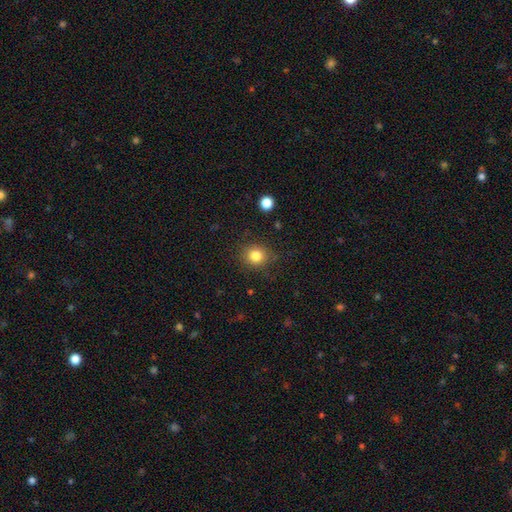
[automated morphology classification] smooth_or_featured: smooth (p=0.81) [alt: star or artifact p=0.12]
how_rounded: round (p=0.84) [alt: in between p=0.15]
merging: none (p=0.85) [alt: minor disturbance p=0.10]